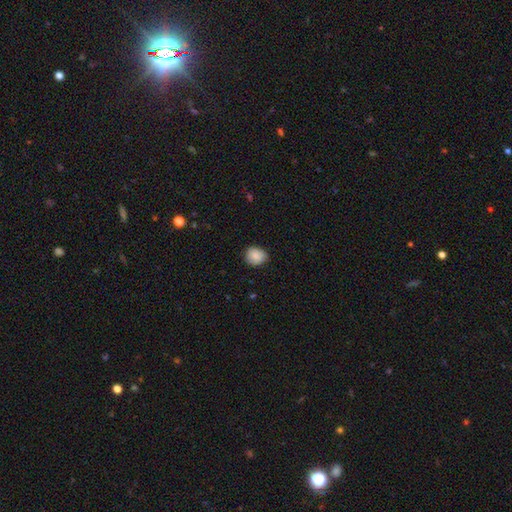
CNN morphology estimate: Smooth or featured?
  - smooth: 86% *
  - star or artifact: 8%
  - featured or disk: 7%
How rounded?
  - round: 72% *
  - in between: 27%
  - cigar-shaped: 1%
Merging?
  - none: 77% *
  - minor disturbance: 19%
  - major disturbance: 3%
  - merger: 1%